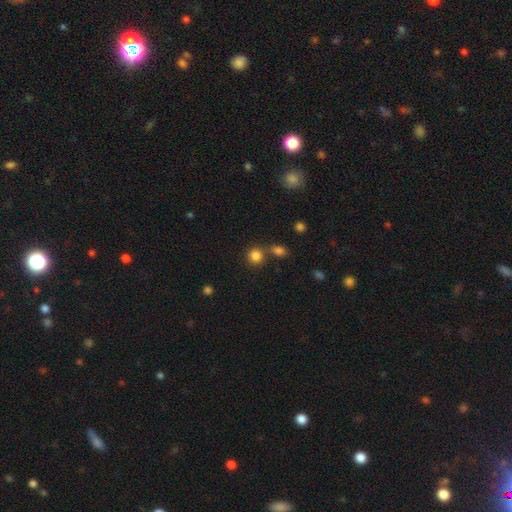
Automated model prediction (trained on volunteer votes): smooth 83%, star or artifact 12%, featured or disk 5%. Down the decision tree: how rounded — round (88%); merging — none (67%).